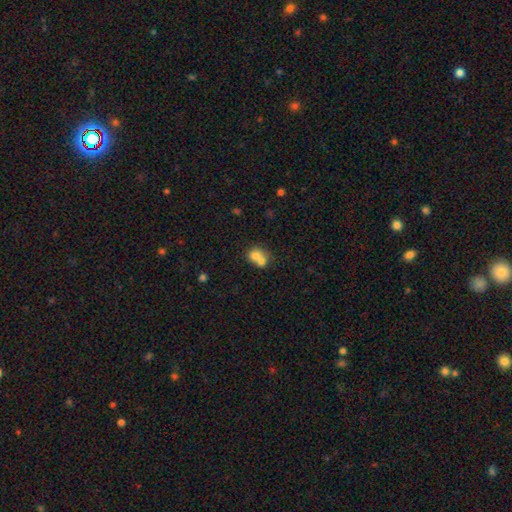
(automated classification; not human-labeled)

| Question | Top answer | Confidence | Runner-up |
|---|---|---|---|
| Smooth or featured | smooth | 71% | featured or disk (19%) |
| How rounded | round | 64% | in between (35%) |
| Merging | merger | 66% | none (24%) |